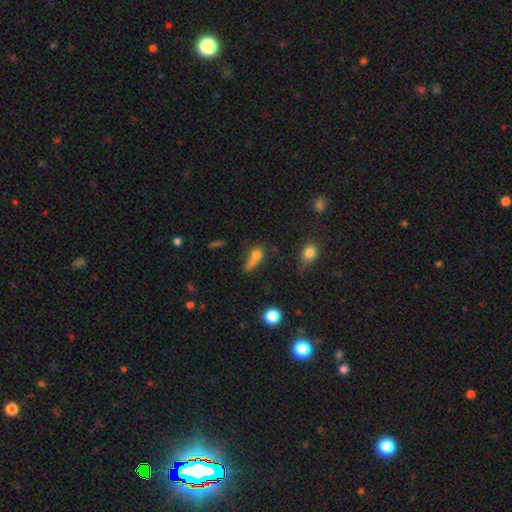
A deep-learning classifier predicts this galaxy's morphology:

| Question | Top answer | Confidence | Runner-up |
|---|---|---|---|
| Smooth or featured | smooth | 68% | featured or disk (18%) |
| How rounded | in between | 56% | cigar-shaped (28%) |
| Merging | none | 34% | major disturbance (27%) |